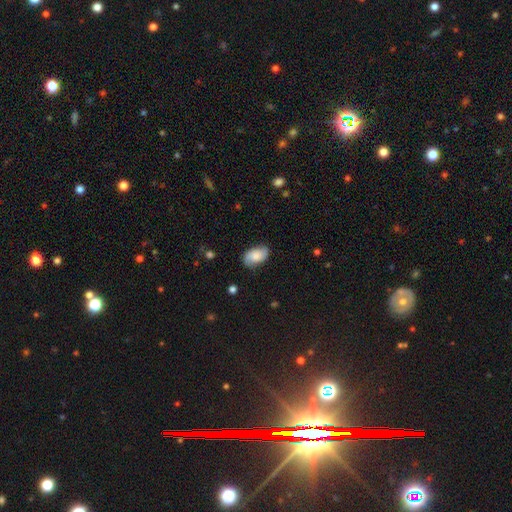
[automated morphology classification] smooth 46% (tied), featured or disk 46% (tied), star or artifact 8%. Down the decision tree: merging — none (77%).